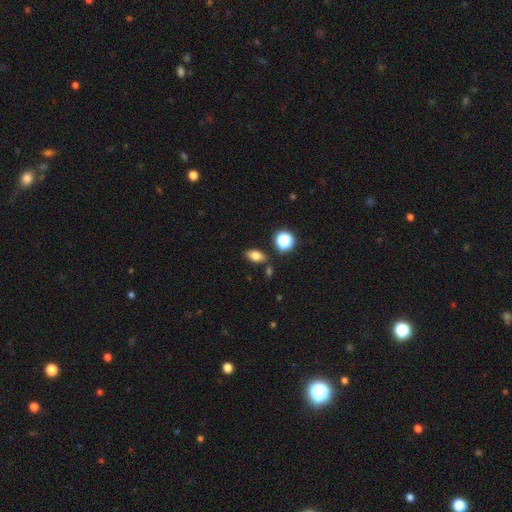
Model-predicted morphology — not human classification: smooth_or_featured: smooth (p=0.77) [alt: star or artifact p=0.13]
how_rounded: in between (p=0.82) [alt: round p=0.14]
merging: none (p=0.81) [alt: minor disturbance p=0.11]